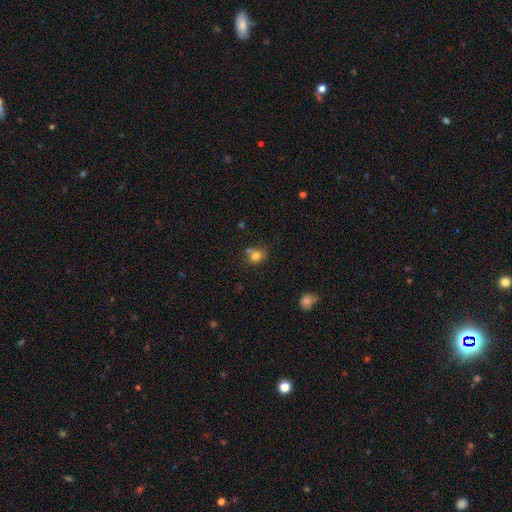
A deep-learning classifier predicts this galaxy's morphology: This is likely a smooth galaxy (78%). How rounded: likely round (65%). Merging: possibly none (54%).